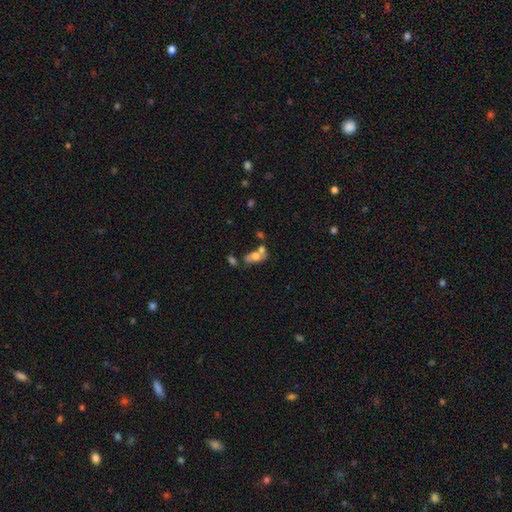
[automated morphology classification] This is possibly a smooth galaxy (57%). How rounded: likely in between (79%). Merging: possibly merger (49%).